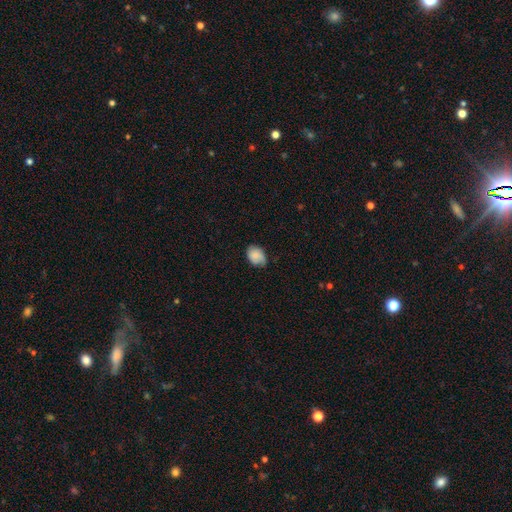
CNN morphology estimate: Smooth or featured? smooth (80%)
How rounded? in between (71%)
Merging? none (63%)